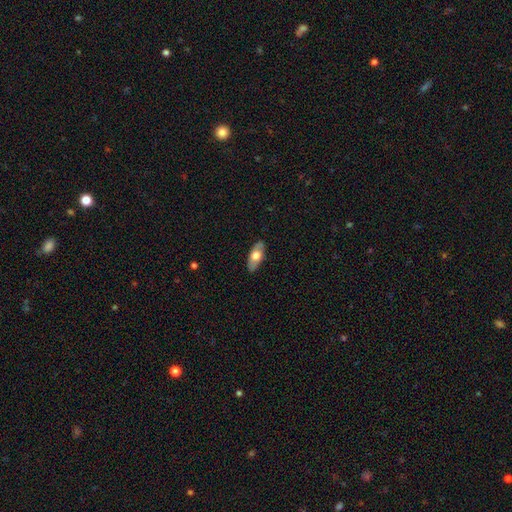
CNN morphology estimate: This is possibly a smooth galaxy (57%). How rounded: clearly in between (84%). Merging: clearly none (84%).